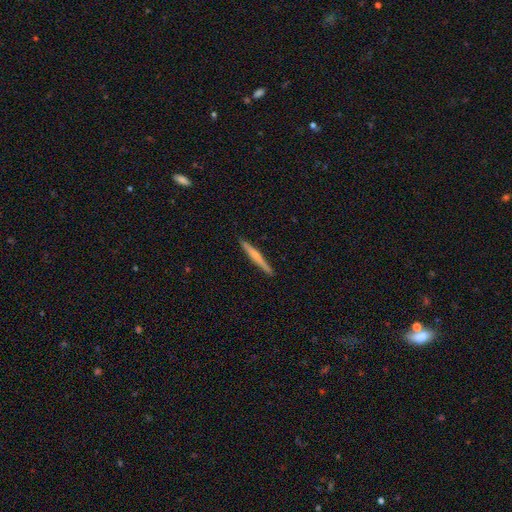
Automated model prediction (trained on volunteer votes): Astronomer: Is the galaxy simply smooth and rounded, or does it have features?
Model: featured or disk — 48% (runner-up: smooth, 46%).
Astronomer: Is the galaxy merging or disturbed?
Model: none — 91%.